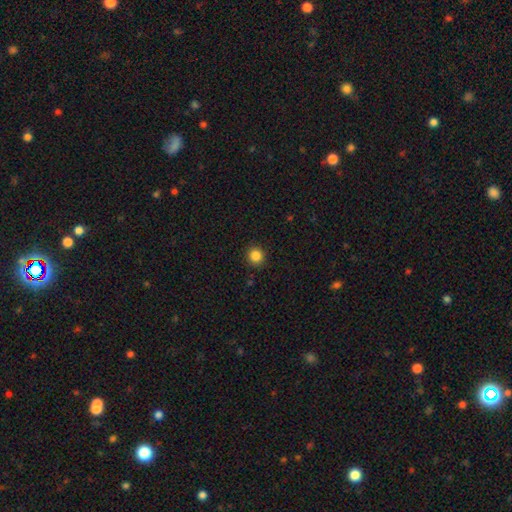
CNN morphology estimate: The model was most divided on "smooth or featured": smooth: 85%, star or artifact: 11%, featured or disk: 4%. More confident: how rounded — round (92%); merging — none (91%).